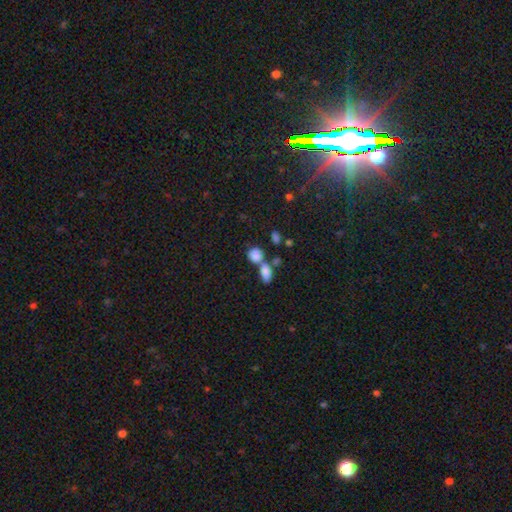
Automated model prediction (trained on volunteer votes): This is clearly a smooth galaxy (83%). How rounded: possibly round (49%). Merging: possibly merger (47%).